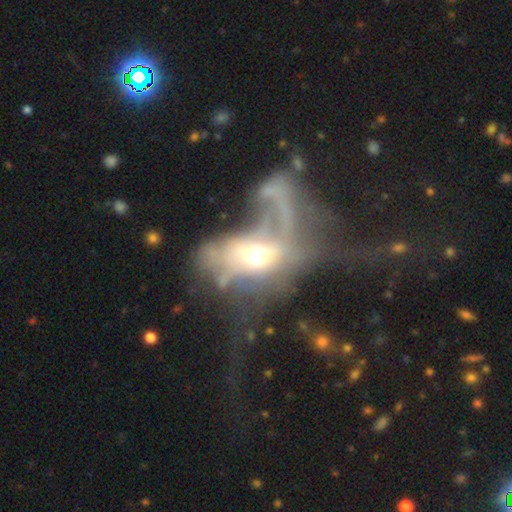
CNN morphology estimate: type=featured or disk (63%); edge-on=no (89%); bar=no (72%); spiral arms=no (66%); bulge=moderate (59%); merging=major disturbance (60%).